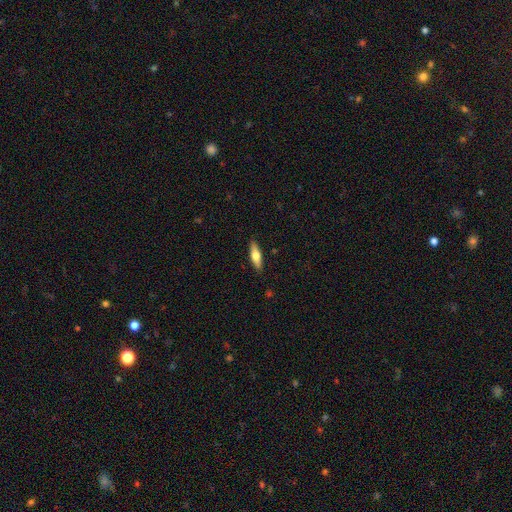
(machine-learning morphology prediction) This is possibly a smooth galaxy (53%). How rounded: possibly cigar-shaped (59%). Merging: clearly none (89%).